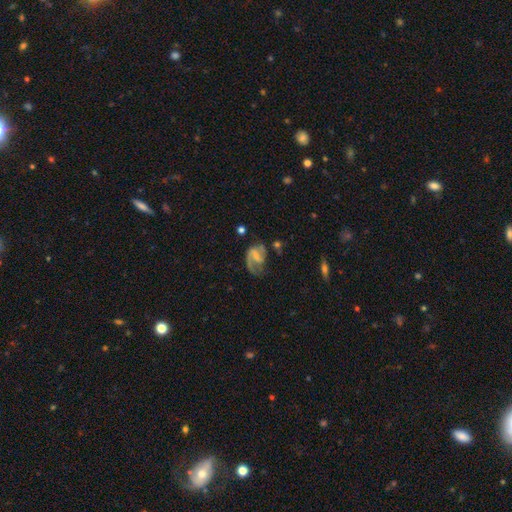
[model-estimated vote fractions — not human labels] Morphology: type=featured or disk (76%); edge-on=no (97%); bar=weak (49%); spiral arms=yes (89%); winding=medium (46%); arm count=2 (60%); bulge=small (47%); merging=none (47%).